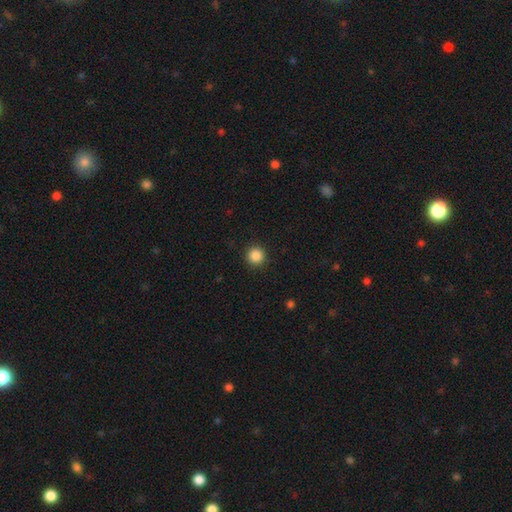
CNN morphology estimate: Smooth or featured: smooth — 87% (star or artifact — 10%)
How rounded: round — 96% (in between — 4%)
Merging: none — 92% (minor disturbance — 5%)